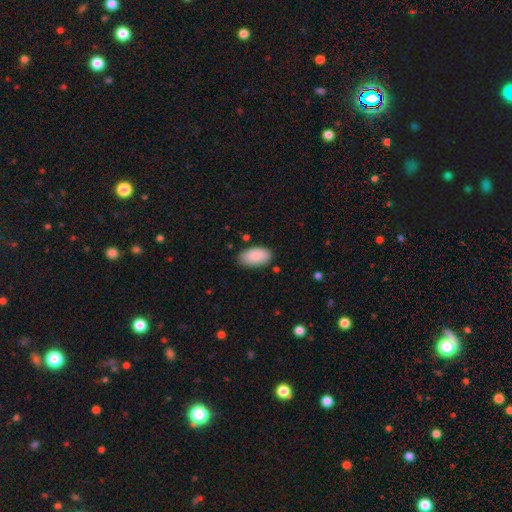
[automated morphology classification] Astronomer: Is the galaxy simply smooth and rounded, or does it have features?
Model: smooth — 90%.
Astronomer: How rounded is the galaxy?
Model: in between — 95%.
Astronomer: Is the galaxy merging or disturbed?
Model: none — 82%.